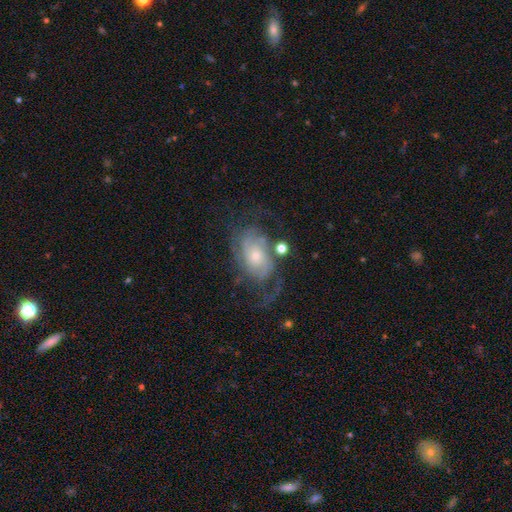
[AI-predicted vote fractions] Smooth or featured?
  - featured or disk: 81% *
  - smooth: 12%
  - star or artifact: 7%
Edge-on disk?
  - no: 96% *
  - yes: 4%
Bar?
  - no: 73% *
  - weak: 22%
  - strong: 4%
Spiral arms?
  - yes: 91% *
  - no: 9%
Spiral winding?
  - tight: 46% *
  - medium: 36%
  - loose: 18%
Spiral arm count?
  - 2: 39% *
  - can't tell: 32%
  - 3: 12%
  - 4: 6%
  - 1: 6%
  - more than 4: 4%
Bulge size?
  - small: 55% *
  - moderate: 37%
  - large: 4%
  - none: 3%
  - dominant: 1%
Merging?
  - none: 54% *
  - major disturbance: 22%
  - minor disturbance: 19%
  - merger: 4%